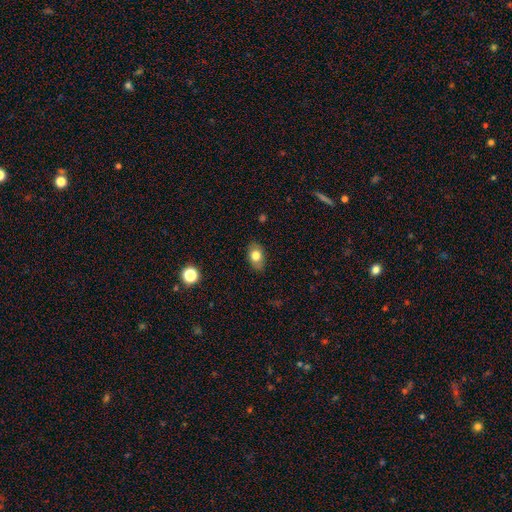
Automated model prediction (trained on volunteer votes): Smooth or featured? Predicted: smooth (p=0.77). How rounded? Predicted: in between (p=0.80). Merging? Predicted: none (p=0.85).